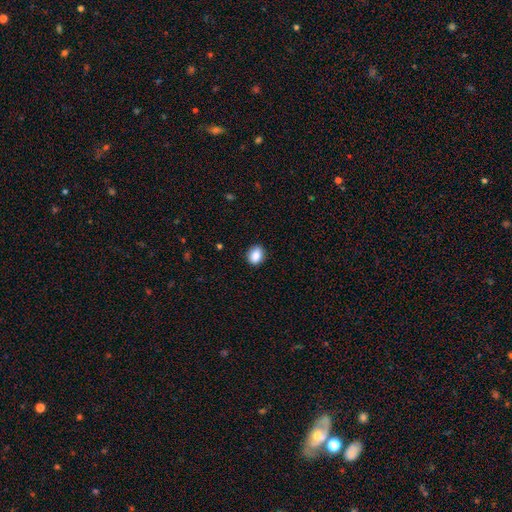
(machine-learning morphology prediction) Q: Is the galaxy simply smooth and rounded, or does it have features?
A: smooth — 87%.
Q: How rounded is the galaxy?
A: in between — 63%.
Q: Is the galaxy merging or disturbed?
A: none — 88%.